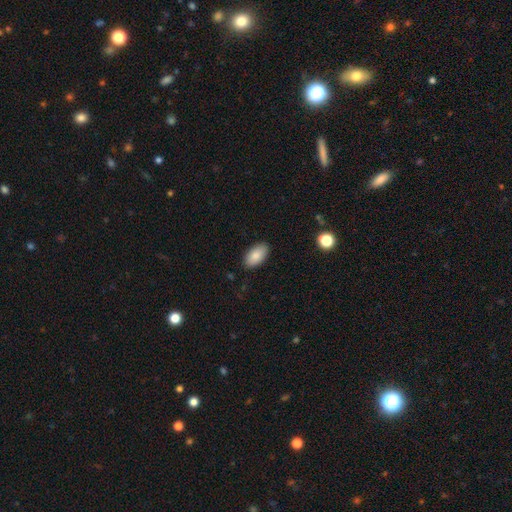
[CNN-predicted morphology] The model was most divided on "merging": none: 88%, minor disturbance: 9%, major disturbance: 2%, merger: 1%. More confident: how rounded — in between (95%); smooth or featured — smooth (87%).